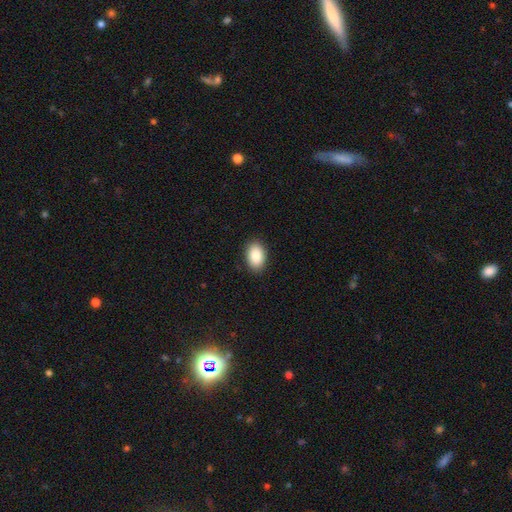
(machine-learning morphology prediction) Smooth or featured?
  - smooth: 87% *
  - star or artifact: 7%
  - featured or disk: 6%
How rounded?
  - in between: 90% *
  - round: 9%
  - cigar-shaped: 1%
Merging?
  - none: 90% *
  - minor disturbance: 7%
  - major disturbance: 2%
  - merger: 1%